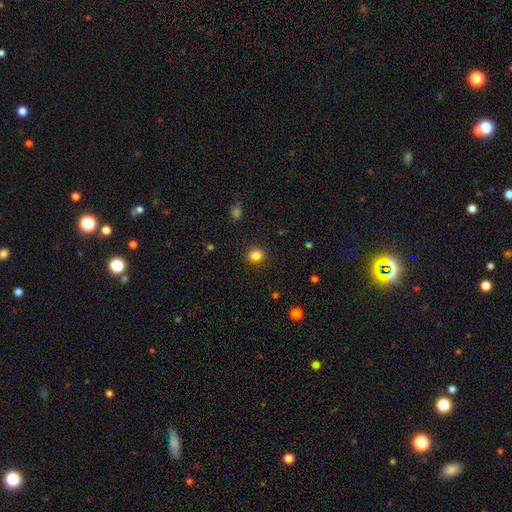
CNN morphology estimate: This appears to be a smooth galaxy with no disk features (85%) that is in between round and cigar-shaped (50%). Merging: none (86%).